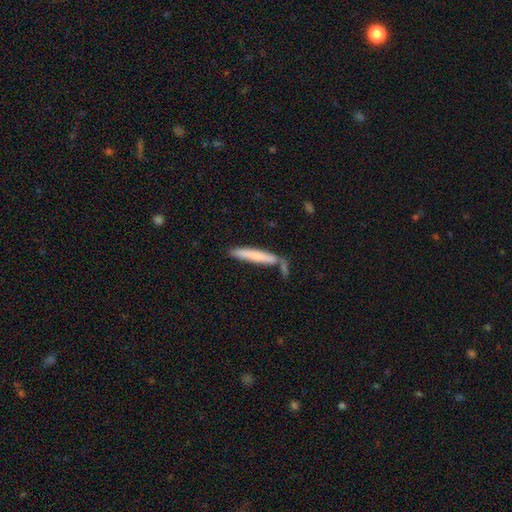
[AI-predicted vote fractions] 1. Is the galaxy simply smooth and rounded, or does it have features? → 72% smooth, 23% featured or disk, 6% star or artifact.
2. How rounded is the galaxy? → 94% cigar-shaped, 5% in between, 1% round.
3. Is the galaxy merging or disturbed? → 65% none, 16% minor disturbance, 15% merger, 5% major disturbance.